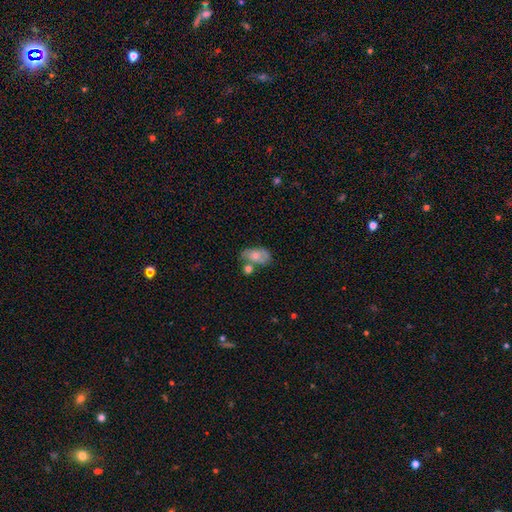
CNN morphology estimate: type=smooth (57%); roundness=in between (85%); merging=none (41%).